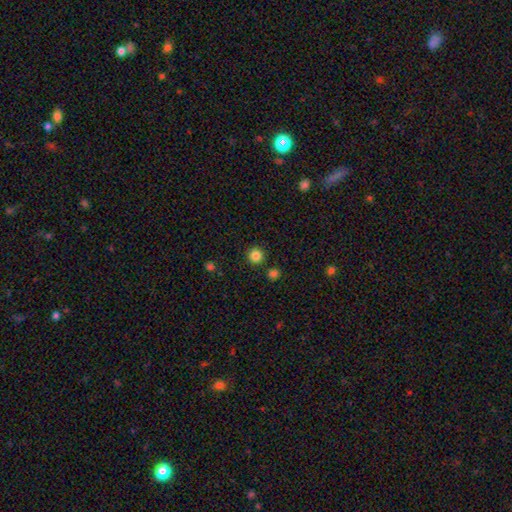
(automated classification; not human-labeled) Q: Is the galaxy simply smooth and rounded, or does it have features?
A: smooth — 84%.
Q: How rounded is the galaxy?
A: round — 95%.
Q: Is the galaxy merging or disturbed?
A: none — 90%.